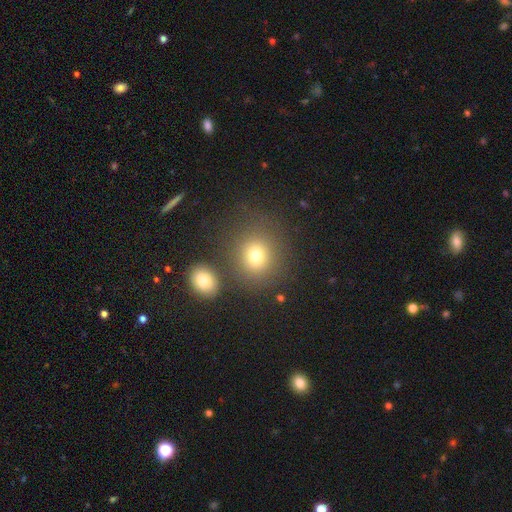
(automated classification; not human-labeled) Q: Smooth or featured?
A: smooth (75%); runner-up: star or artifact (15%)
Q: How rounded?
A: round (77%); runner-up: in between (22%)
Q: Merging?
A: none (72%); runner-up: merger (12%)